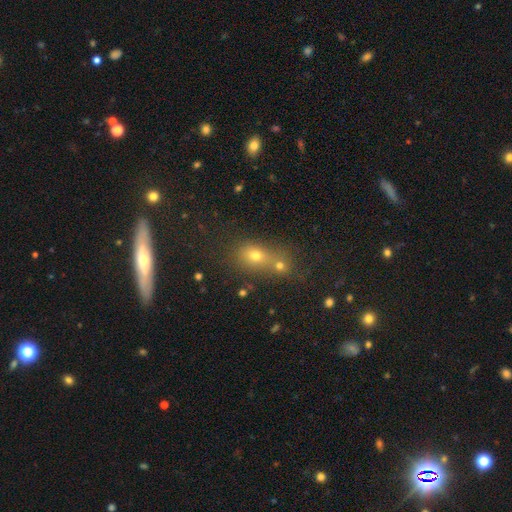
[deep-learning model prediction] smooth-or-featured: smooth: 52% | star or artifact: 26% | featured or disk: 23%
  how-rounded: round: 48% | in between: 37% | cigar-shaped: 15%
  merging: none: 60% | merger: 25% | minor disturbance: 11% | major disturbance: 5%